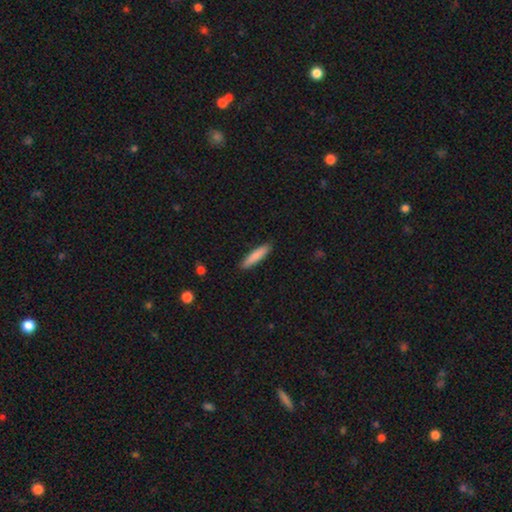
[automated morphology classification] smooth 84%, featured or disk 10%, star or artifact 6%. Down the decision tree: how rounded — cigar-shaped (84%); merging — none (89%).